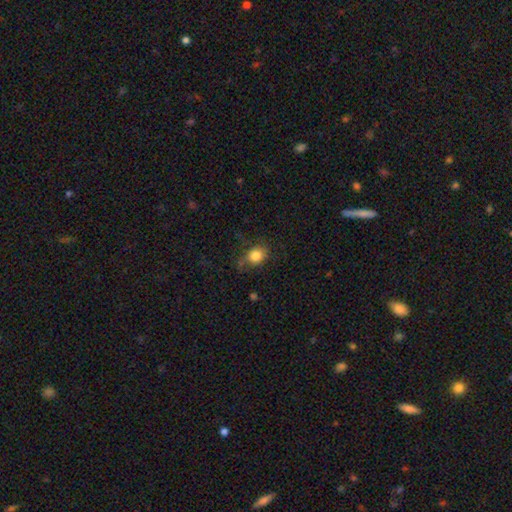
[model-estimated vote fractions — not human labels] This is clearly a smooth galaxy (82%). How rounded: possibly round (55%). Merging: likely none (67%).